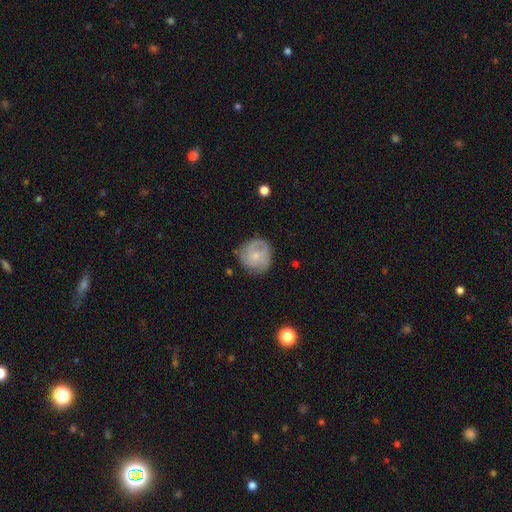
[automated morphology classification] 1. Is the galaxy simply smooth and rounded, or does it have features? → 50% featured or disk, 43% smooth, 7% star or artifact.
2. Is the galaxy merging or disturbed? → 73% none, 19% minor disturbance, 6% major disturbance, 2% merger.